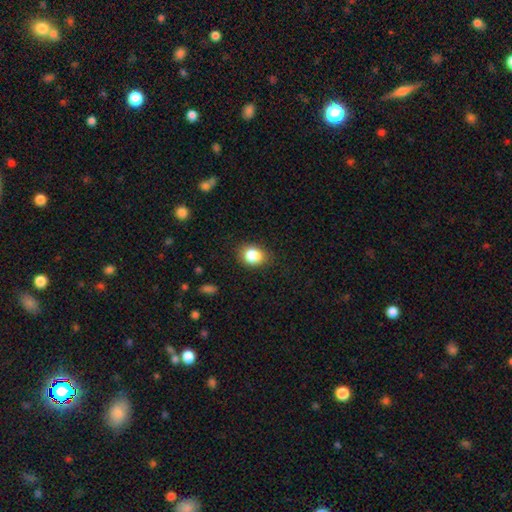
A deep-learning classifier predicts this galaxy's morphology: smooth 84%, star or artifact 9%, featured or disk 6%. Down the decision tree: how rounded — in between (58%); merging — none (81%).